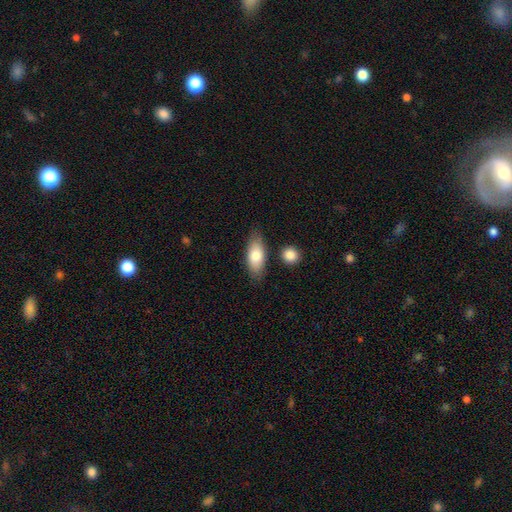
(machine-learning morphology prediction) smooth-or-featured: smooth: 77% | featured or disk: 17% | star or artifact: 6%
  how-rounded: in between: 82% | cigar-shaped: 15% | round: 3%
  merging: none: 79% | minor disturbance: 13% | merger: 5% | major disturbance: 3%